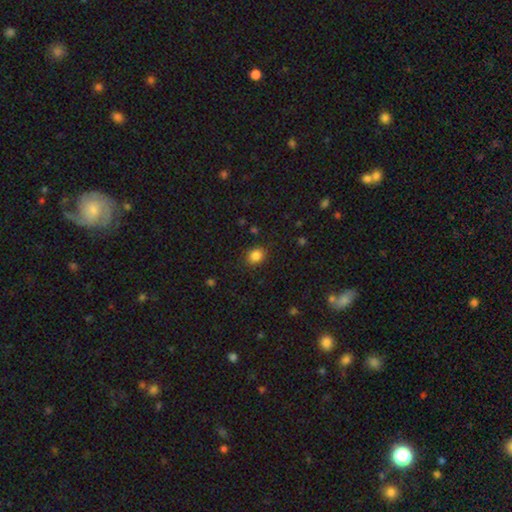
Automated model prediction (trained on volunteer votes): Smooth or featured? Predicted: smooth (p=0.85). How rounded? Predicted: round (p=0.54). Merging? Predicted: none (p=0.86).